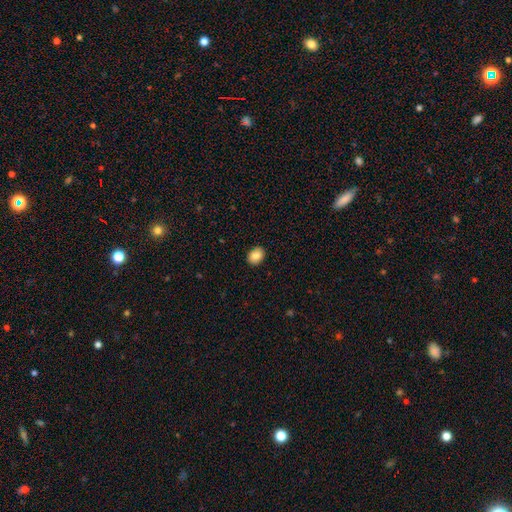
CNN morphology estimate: A smooth galaxy with no disk features (87%) that is in between round and cigar-shaped (60%).

Vote fractions:
- Smooth or featured? smooth: 87% / star or artifact: 8% / featured or disk: 5%
- How rounded? in between: 60% / round: 39% / cigar-shaped: 1%
- Merging? none: 90% / minor disturbance: 7% / major disturbance: 2% / merger: 1%